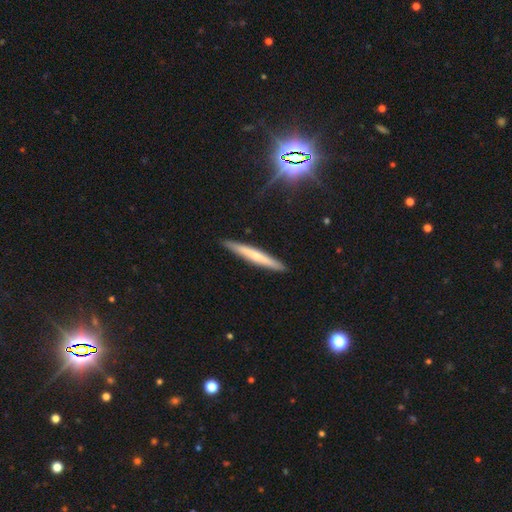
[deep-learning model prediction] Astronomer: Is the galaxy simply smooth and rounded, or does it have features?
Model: smooth — 51% (runner-up: featured or disk, 41%).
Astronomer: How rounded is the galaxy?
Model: cigar-shaped — 96%.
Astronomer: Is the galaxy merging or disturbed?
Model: none — 90%.